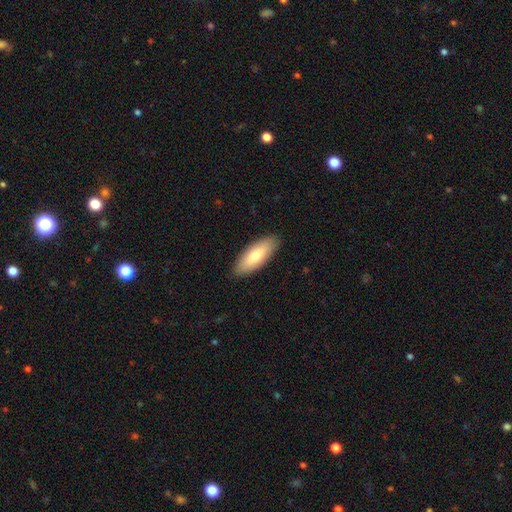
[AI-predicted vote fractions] Smooth or featured?
  - smooth: 73% *
  - featured or disk: 21%
  - star or artifact: 5%
How rounded?
  - in between: 72% *
  - cigar-shaped: 26%
  - round: 2%
Merging?
  - none: 89% *
  - minor disturbance: 8%
  - major disturbance: 2%
  - merger: 1%